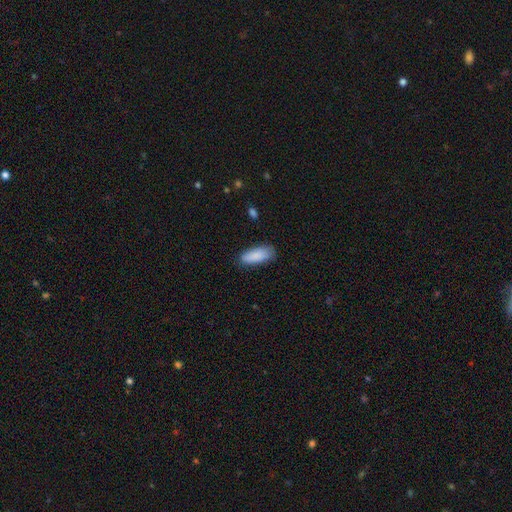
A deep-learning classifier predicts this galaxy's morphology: A smooth galaxy with no disk features (88%) that is in between round and cigar-shaped (73%).

Vote fractions:
- Smooth or featured? smooth: 88% / star or artifact: 6% / featured or disk: 6%
- How rounded? in between: 73% / cigar-shaped: 25% / round: 2%
- Merging? none: 76% / minor disturbance: 19% / major disturbance: 3% / merger: 1%